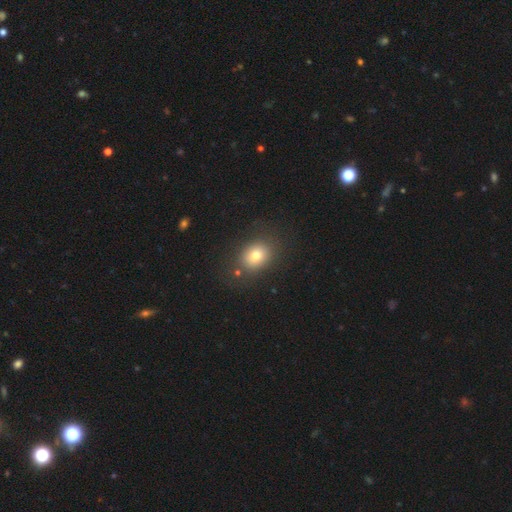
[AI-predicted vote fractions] Q: Smooth or featured?
A: smooth (75%); runner-up: featured or disk (12%)
Q: How rounded?
A: in between (54%); runner-up: round (45%)
Q: Merging?
A: none (78%); runner-up: minor disturbance (12%)